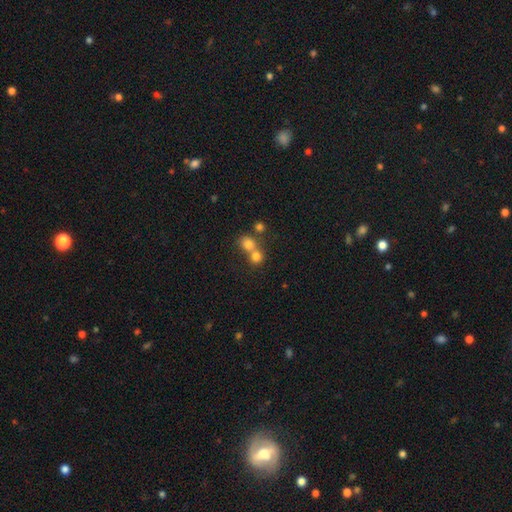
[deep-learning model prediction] smooth_or_featured: smooth (p=0.76) [alt: star or artifact p=0.13]
how_rounded: round (p=0.82) [alt: in between p=0.17]
merging: merger (p=0.56) [alt: none p=0.37]